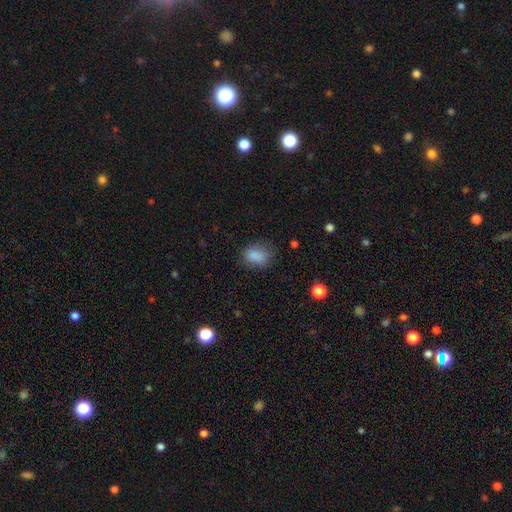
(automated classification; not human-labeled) Smooth or featured? Predicted: smooth (p=0.84). How rounded? Predicted: in between (p=0.70). Merging? Predicted: none (p=0.69).